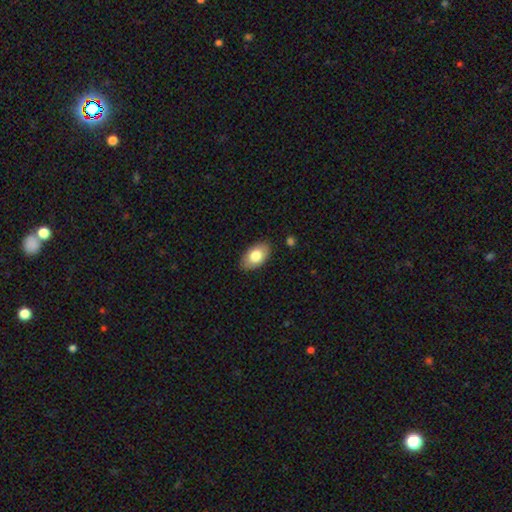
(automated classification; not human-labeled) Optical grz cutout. It shows a smooth galaxy with no disk features (78%) that is in between round and cigar-shaped (93%). Merging: none (85%).